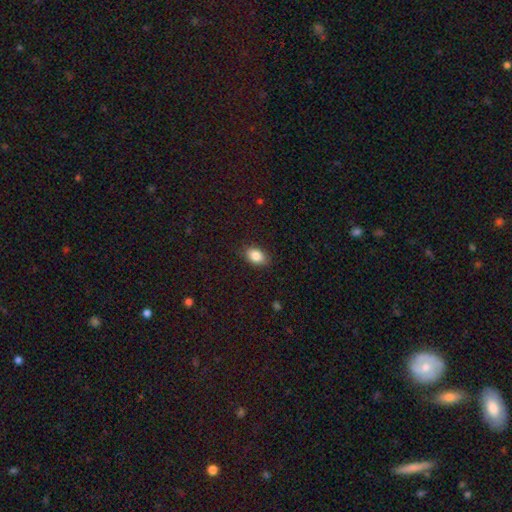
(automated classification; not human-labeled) Morphology: type=smooth (86%); roundness=in between (83%); merging=none (86%).